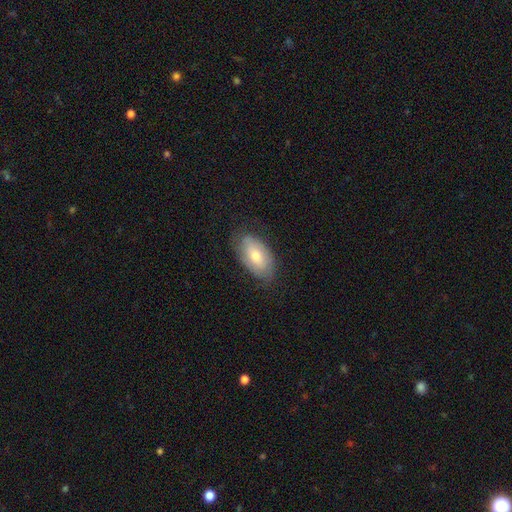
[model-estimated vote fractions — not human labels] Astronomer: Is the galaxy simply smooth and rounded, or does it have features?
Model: smooth — 53% (runner-up: featured or disk, 40%).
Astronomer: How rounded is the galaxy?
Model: in between — 93%.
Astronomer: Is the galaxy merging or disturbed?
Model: none — 72%.